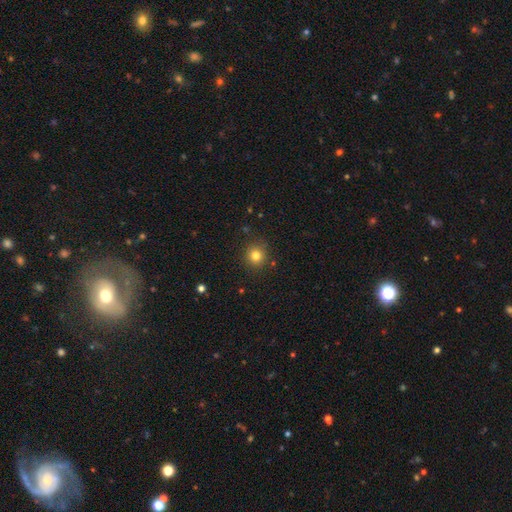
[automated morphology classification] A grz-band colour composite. It shows a smooth galaxy with no disk features (80%) that is round (92%). Merging: none (89%).